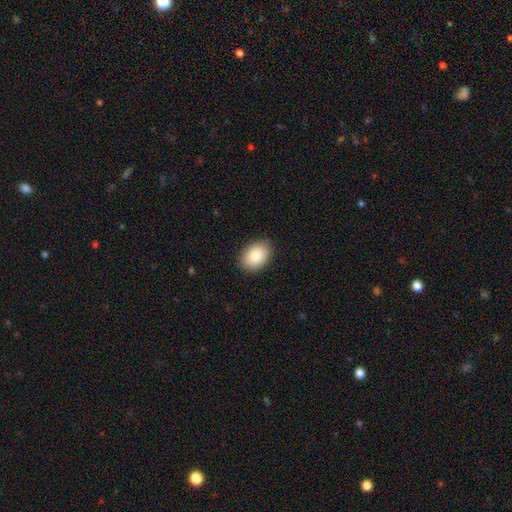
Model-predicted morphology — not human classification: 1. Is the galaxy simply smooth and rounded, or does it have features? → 83% smooth, 9% featured or disk, 8% star or artifact.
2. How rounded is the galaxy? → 75% in between, 24% round, 1% cigar-shaped.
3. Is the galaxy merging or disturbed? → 89% none, 8% minor disturbance, 2% major disturbance, 1% merger.